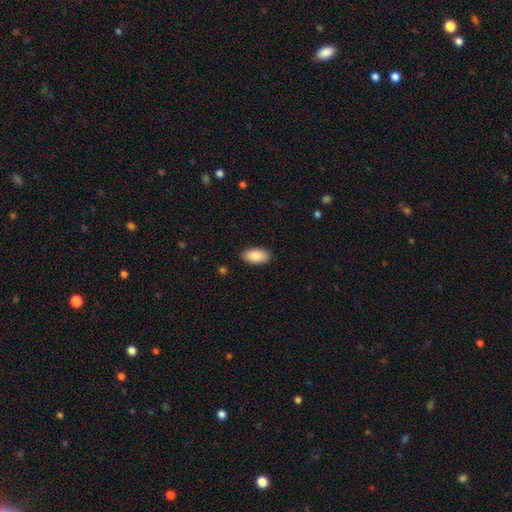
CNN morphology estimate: Overall: smooth (85%). How rounded: in between (95%). Merging: none (89%).